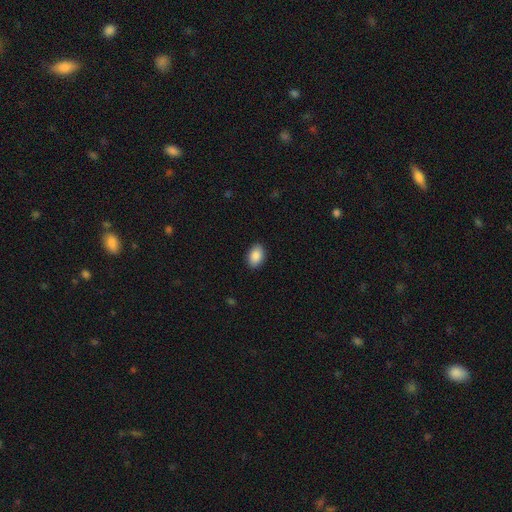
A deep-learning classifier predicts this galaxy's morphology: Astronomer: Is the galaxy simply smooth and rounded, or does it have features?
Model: smooth — 89%.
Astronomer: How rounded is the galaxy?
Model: in between — 87%.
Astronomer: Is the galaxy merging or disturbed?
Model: none — 90%.